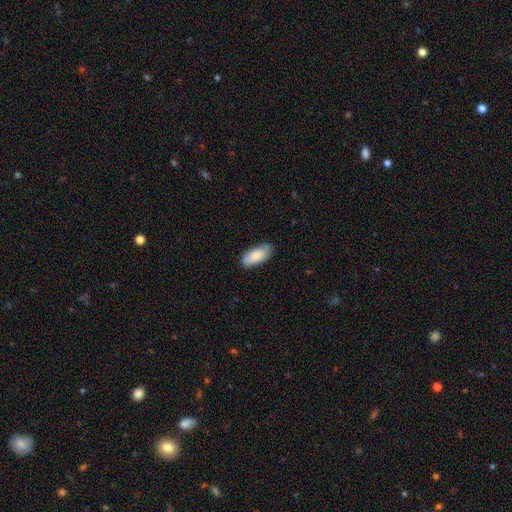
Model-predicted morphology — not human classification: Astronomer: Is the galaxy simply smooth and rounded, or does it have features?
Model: smooth — 82%.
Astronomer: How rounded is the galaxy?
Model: in between — 88%.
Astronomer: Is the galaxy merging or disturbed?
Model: none — 75%.